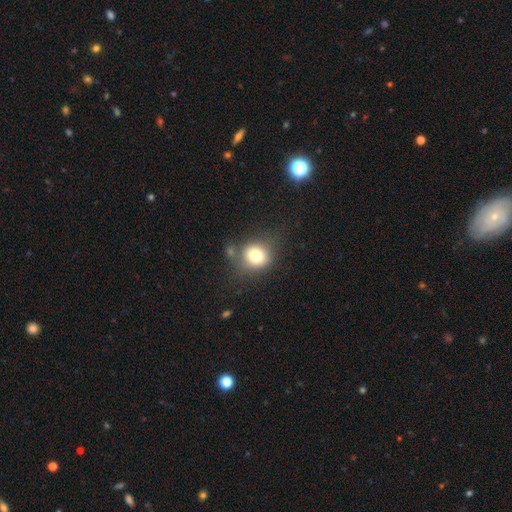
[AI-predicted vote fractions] This is likely a smooth galaxy (76%). How rounded: likely round (80%). Merging: likely none (65%).